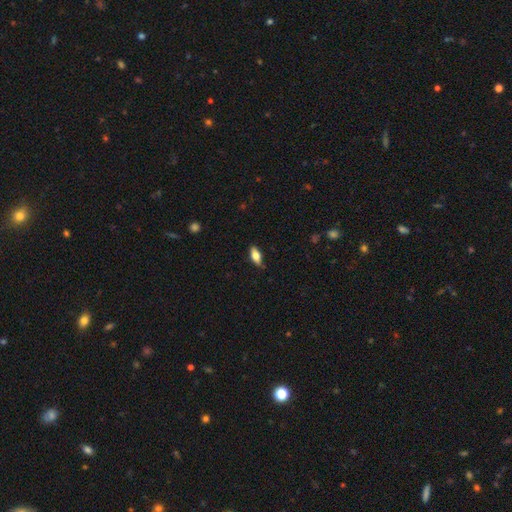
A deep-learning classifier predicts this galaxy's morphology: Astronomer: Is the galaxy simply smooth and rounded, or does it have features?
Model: smooth — 67%.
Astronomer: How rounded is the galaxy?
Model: in between — 82%.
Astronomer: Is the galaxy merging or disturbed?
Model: none — 84%.